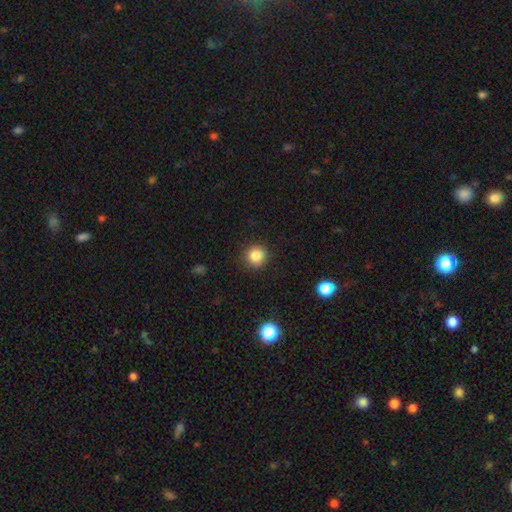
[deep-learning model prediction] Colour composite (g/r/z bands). It shows a smooth galaxy with no disk features (85%) that is round (92%). Merging: none (89%).